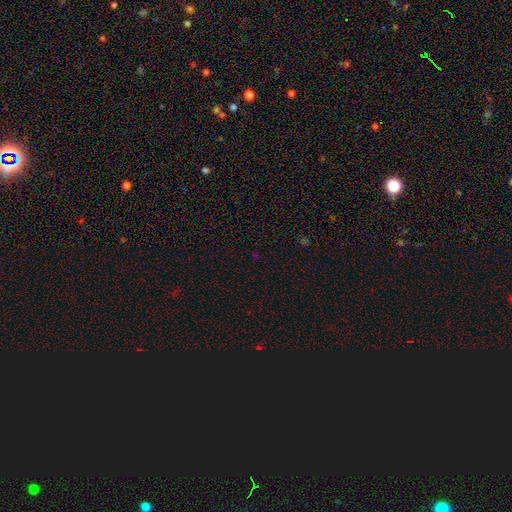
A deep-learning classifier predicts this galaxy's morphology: smooth-or-featured: star or artifact: 63% | smooth: 30% | featured or disk: 7%